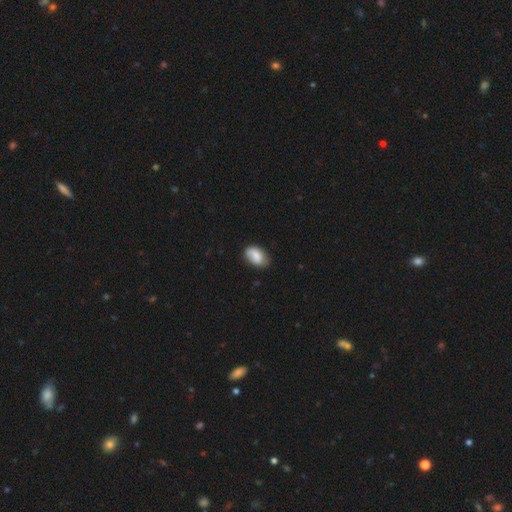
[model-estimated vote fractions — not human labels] Overall: smooth (75%). How rounded: in between (90%). Merging: none (70%).